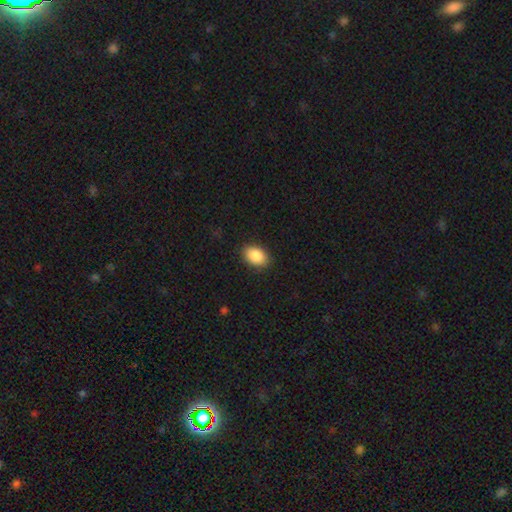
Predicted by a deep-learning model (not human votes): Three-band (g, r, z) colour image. It shows a smooth galaxy with no disk features (89%) that is in between round and cigar-shaped (83%). Merging: none (88%).